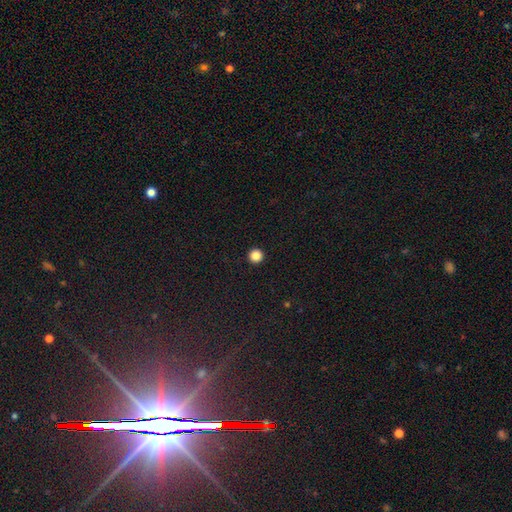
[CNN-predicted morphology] A smooth galaxy with no disk features (85%) that is round (97%).

Vote fractions:
- Smooth or featured? smooth: 85% / star or artifact: 11% / featured or disk: 3%
- How rounded? round: 97% / in between: 2% / cigar-shaped: 1%
- Merging? none: 94% / minor disturbance: 3% / major disturbance: 1% / merger: 1%